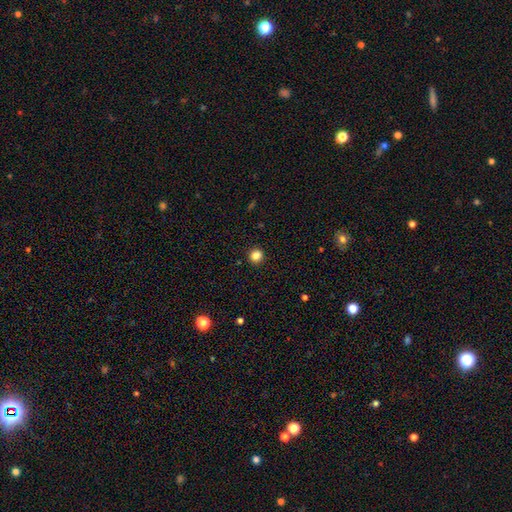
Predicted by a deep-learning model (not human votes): Q: Smooth or featured?
A: smooth (84%); runner-up: star or artifact (12%)
Q: How rounded?
A: round (90%); runner-up: in between (9%)
Q: Merging?
A: none (92%); runner-up: minor disturbance (5%)